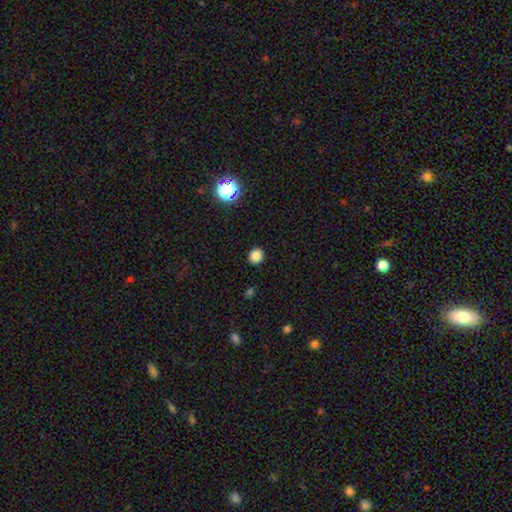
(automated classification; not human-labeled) This is clearly a smooth galaxy (83%). How rounded: clearly round (85%). Merging: clearly none (92%).